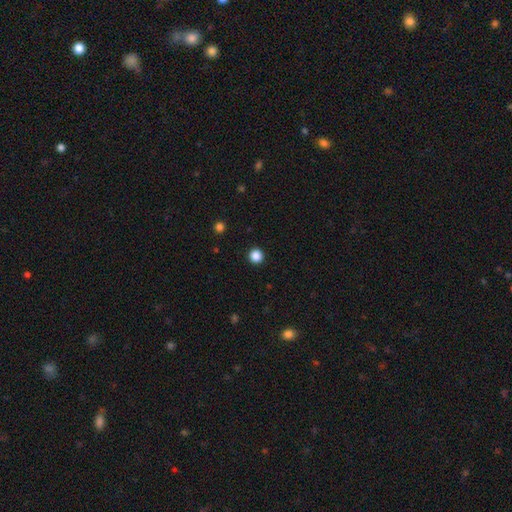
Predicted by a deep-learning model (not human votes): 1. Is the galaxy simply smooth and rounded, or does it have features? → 86% smooth, 11% star or artifact, 3% featured or disk.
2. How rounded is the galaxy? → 95% round, 4% in between, 1% cigar-shaped.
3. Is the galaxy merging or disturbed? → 93% none, 4% minor disturbance, 2% major disturbance, 1% merger.